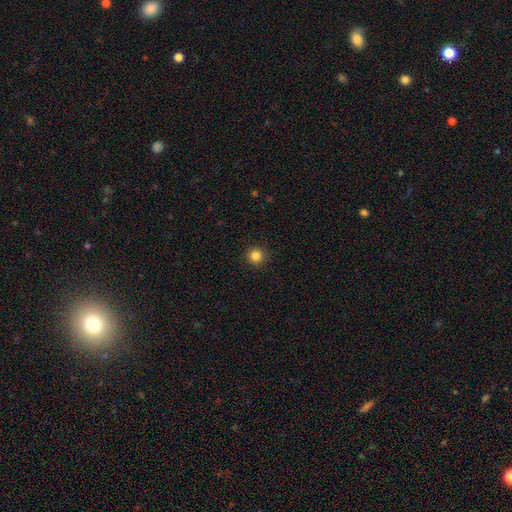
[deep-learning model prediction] Q: Smooth or featured?
A: smooth (84%); runner-up: star or artifact (12%)
Q: How rounded?
A: round (95%); runner-up: in between (4%)
Q: Merging?
A: none (91%); runner-up: minor disturbance (6%)